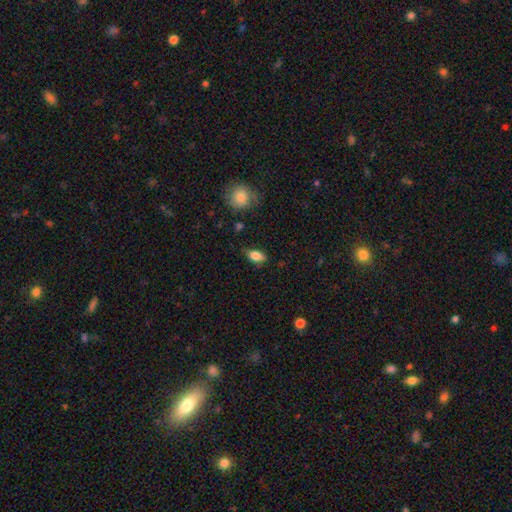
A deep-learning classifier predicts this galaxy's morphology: This is clearly a smooth galaxy (83%). How rounded: clearly in between (87%). Merging: likely none (65%).